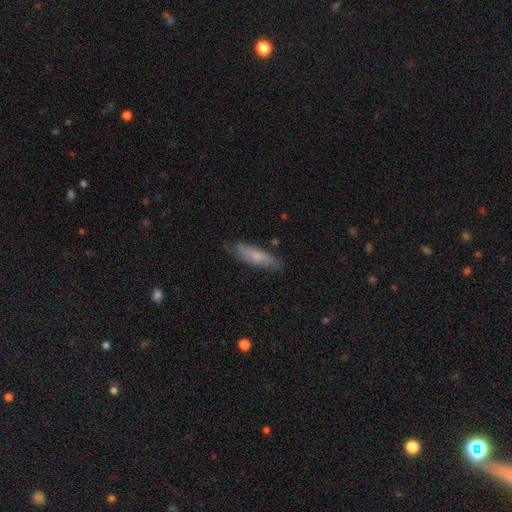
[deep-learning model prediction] The model was most divided on "how rounded": cigar-shaped: 68%, in between: 30%, round: 2%. More confident: merging — none (76%); smooth or featured — smooth (67%).